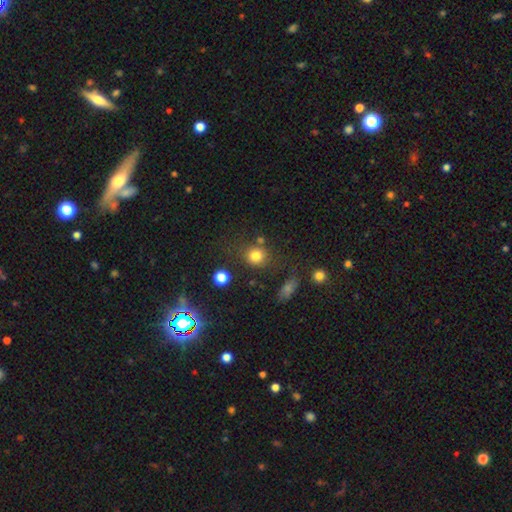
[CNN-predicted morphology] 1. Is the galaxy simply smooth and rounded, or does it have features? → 79% smooth, 14% star or artifact, 7% featured or disk.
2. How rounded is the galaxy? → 82% round, 17% in between, 1% cigar-shaped.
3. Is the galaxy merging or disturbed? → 72% none, 13% minor disturbance, 9% merger, 6% major disturbance.